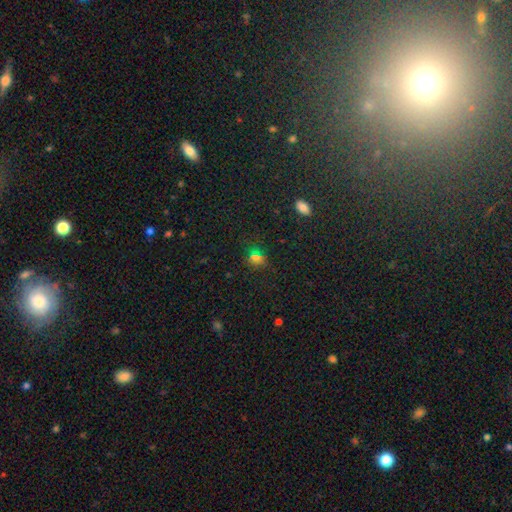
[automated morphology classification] Overall: smooth (62%; star or artifact 31%). How rounded: round (66%; in between 32%). Merging: none (80%).